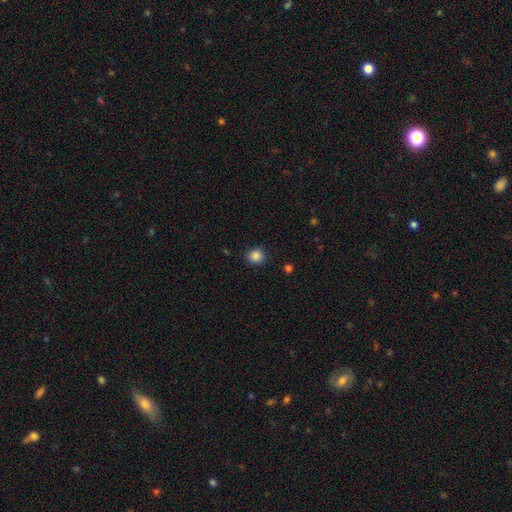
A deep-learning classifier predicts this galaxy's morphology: This is clearly a smooth galaxy (86%). How rounded: clearly round (84%). Merging: clearly none (90%).